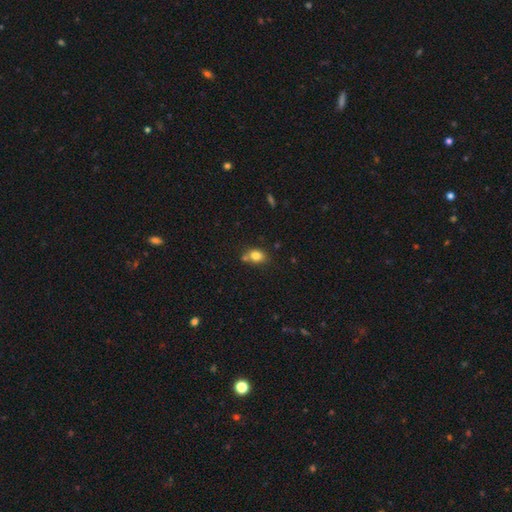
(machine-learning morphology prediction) Smooth or featured: smooth — 80% (star or artifact — 11%)
How rounded: in between — 54% (round — 45%)
Merging: none — 56% (merger — 25%)